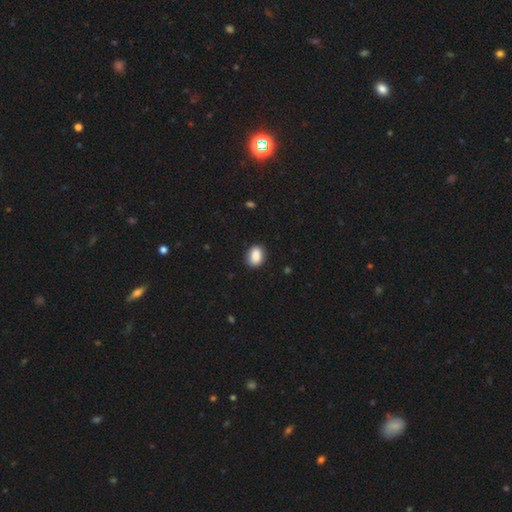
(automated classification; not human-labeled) smooth-or-featured: smooth: 89% | star or artifact: 8% | featured or disk: 4%
  how-rounded: in between: 70% | round: 29% | cigar-shaped: 1%
  merging: none: 86% | minor disturbance: 11% | major disturbance: 2% | merger: 1%